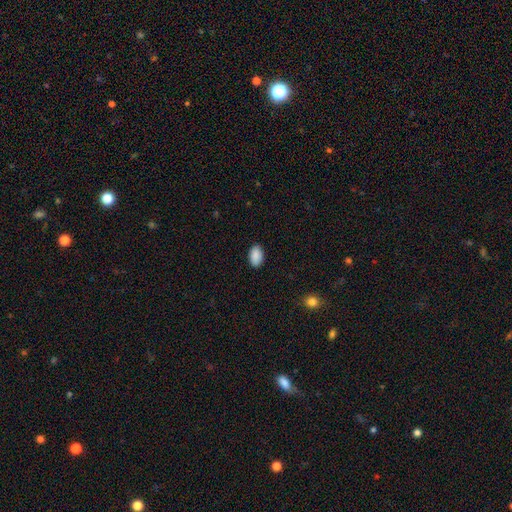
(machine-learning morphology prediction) Smooth or featured: smooth — 90% (star or artifact — 7%)
How rounded: in between — 92% (round — 7%)
Merging: none — 88% (minor disturbance — 9%)